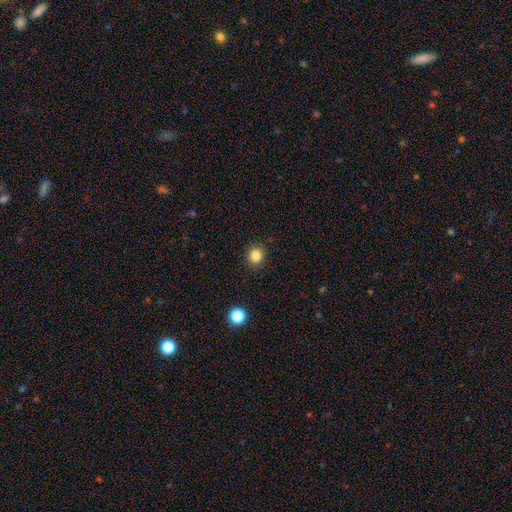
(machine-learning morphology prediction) Smooth or featured: smooth — 84% (star or artifact — 12%)
How rounded: round — 86% (in between — 13%)
Merging: none — 90% (minor disturbance — 7%)